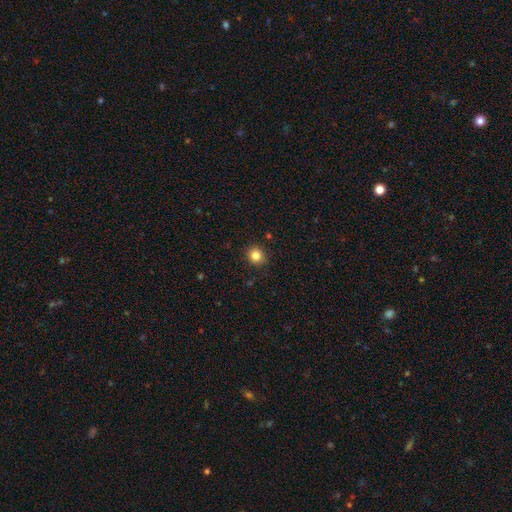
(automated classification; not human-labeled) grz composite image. It shows a smooth galaxy with no disk features (84%) that is round (86%). Merging: none (89%).